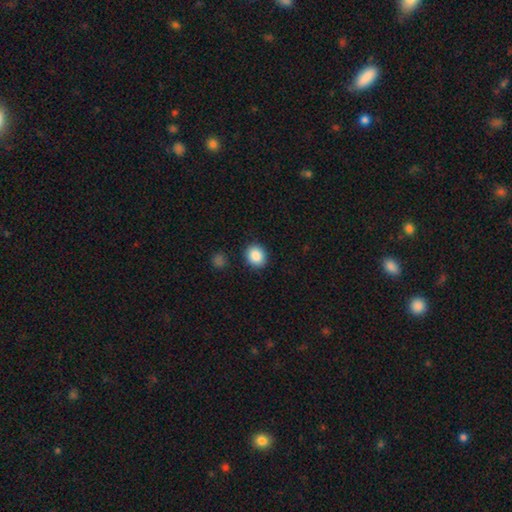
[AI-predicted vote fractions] Morphology: type=smooth (88%); roundness=round (66%); merging=none (88%).